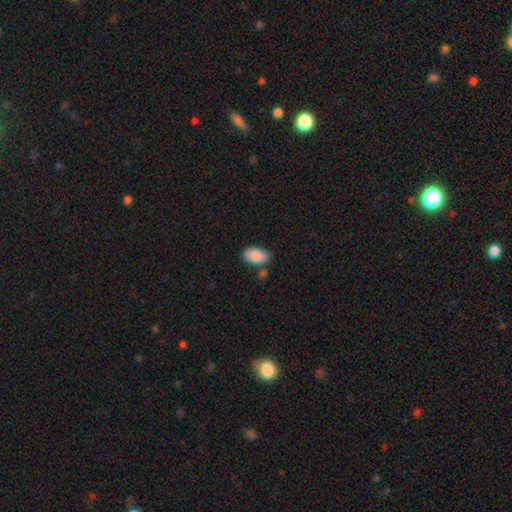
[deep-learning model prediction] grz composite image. It shows a smooth galaxy with no disk features (88%) that is in between round and cigar-shaped (94%). Merging: none (68%).